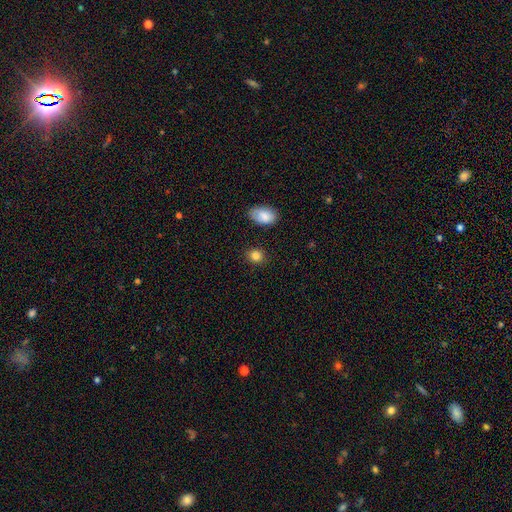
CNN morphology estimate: This is clearly a smooth galaxy (85%). How rounded: possibly round (59%). Merging: clearly none (87%).